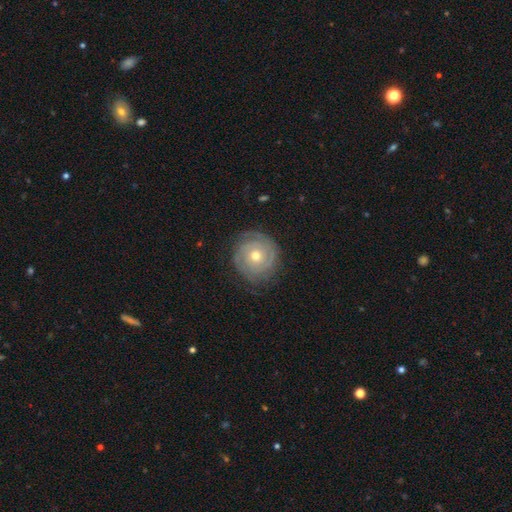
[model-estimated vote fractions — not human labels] Smooth or featured? Predicted: featured or disk (p=0.83). Edge-on disk? Predicted: no (p=0.97). Bar? Predicted: no (p=0.81). Spiral arms? Predicted: yes (p=0.95). Spiral winding? Predicted: tight (p=0.83). Spiral arm count? Predicted: 2 (p=0.43). Bulge size? Predicted: moderate (p=0.62). Merging? Predicted: none (p=0.82).